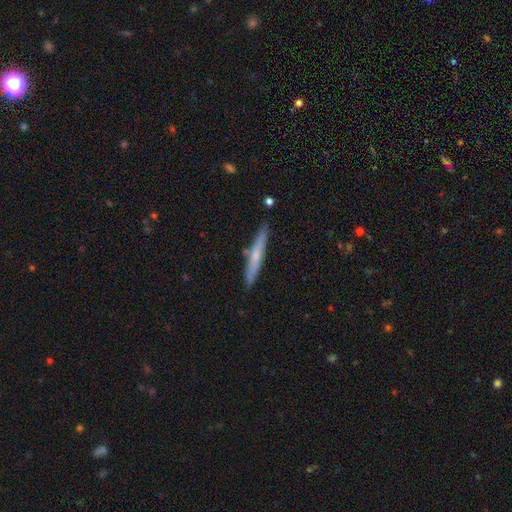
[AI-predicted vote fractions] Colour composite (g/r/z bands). It shows a smooth galaxy with no disk features (53%) that is cigar-shaped (95%). Merging: none (86%).